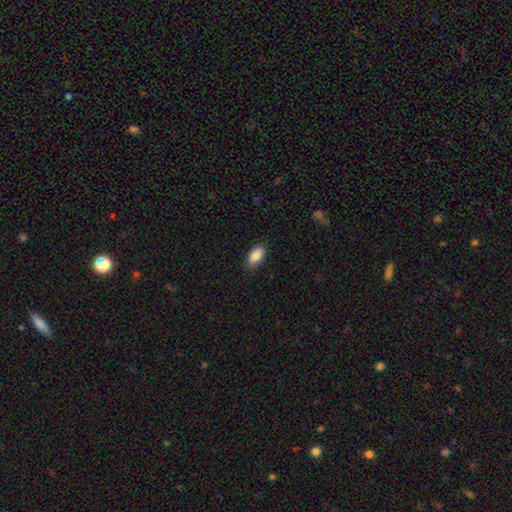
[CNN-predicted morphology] This appears to be a smooth galaxy with no disk features (88%) that is in between round and cigar-shaped (92%). Merging: none (85%).